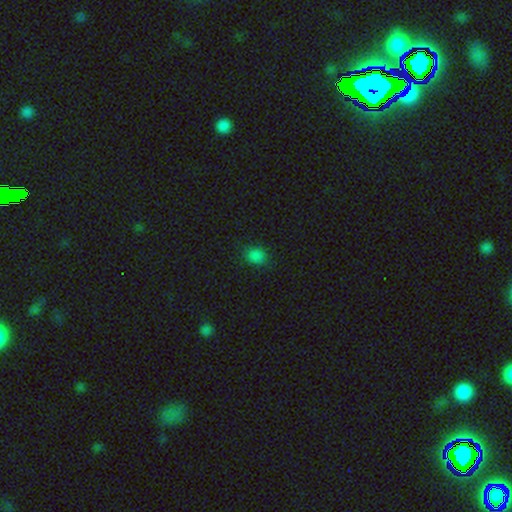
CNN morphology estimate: Overall: smooth (82%). How rounded: in between (50%; round 49%). Merging: none (84%).